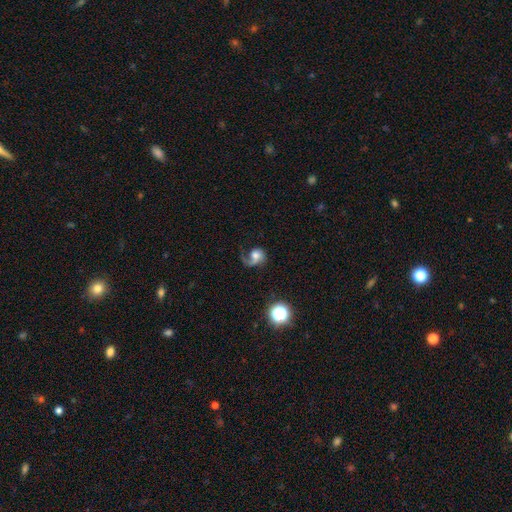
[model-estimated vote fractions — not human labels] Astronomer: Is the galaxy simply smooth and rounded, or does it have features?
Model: featured or disk — 63%.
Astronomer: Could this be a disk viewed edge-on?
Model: no — 98%.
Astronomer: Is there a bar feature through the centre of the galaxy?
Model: no — 72%.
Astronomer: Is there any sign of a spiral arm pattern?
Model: yes — 90%.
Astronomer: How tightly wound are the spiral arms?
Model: loose — 56% (runner-up: medium, 32%).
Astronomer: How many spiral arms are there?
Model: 1 — 76%.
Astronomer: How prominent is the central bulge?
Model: moderate — 47%.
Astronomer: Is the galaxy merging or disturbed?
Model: major disturbance — 40% (runner-up: none, 38%).